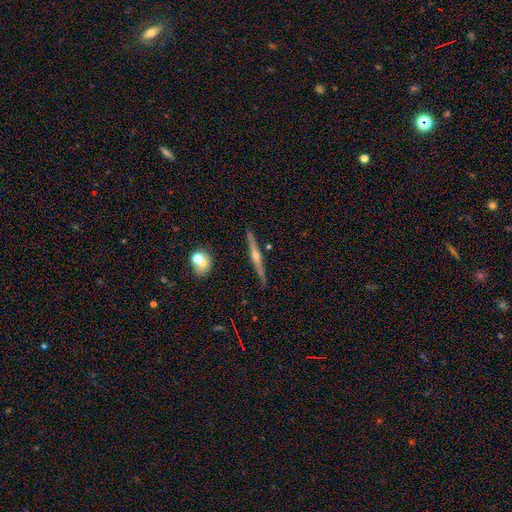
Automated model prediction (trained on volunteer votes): Smooth or featured? featured or disk (80%)
Edge-on disk? yes (98%)
Edge-on bulge? rounded (90%)
Merging? none (90%)